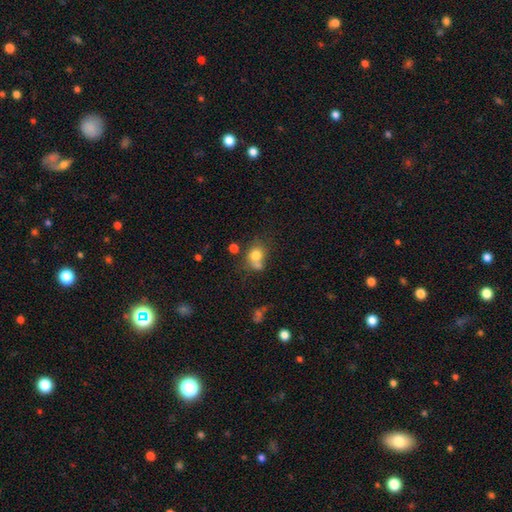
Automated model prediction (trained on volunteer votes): Overall: smooth (77%). How rounded: round (66%; in between 33%). Merging: none (45%; merger 31%).